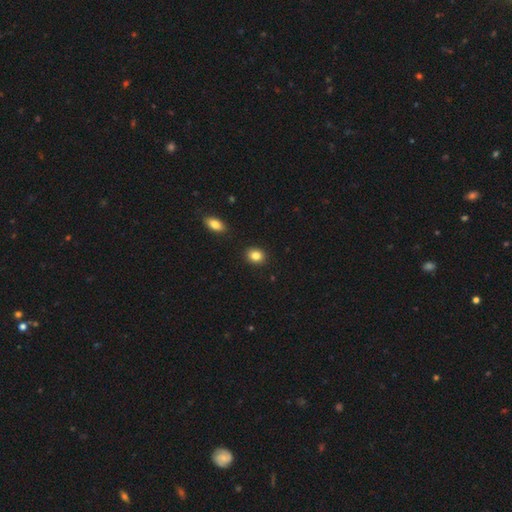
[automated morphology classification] This appears to be a smooth galaxy with no disk features (85%) that is round (59%). Merging: none (90%).